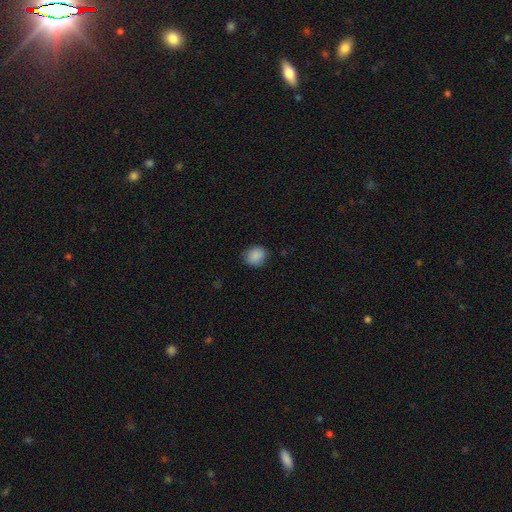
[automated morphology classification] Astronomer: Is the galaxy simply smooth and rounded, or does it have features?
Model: smooth — 88%.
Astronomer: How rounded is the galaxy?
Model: round — 75%.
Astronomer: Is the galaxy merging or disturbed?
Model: none — 83%.